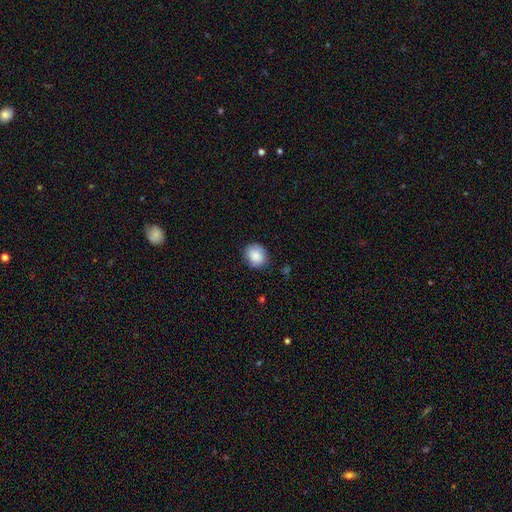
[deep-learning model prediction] Smooth or featured? smooth (86%)
How rounded? round (57%)
Merging? none (80%)